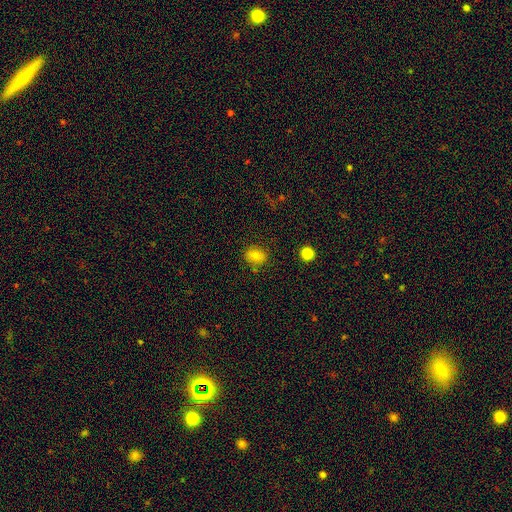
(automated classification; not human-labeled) A smooth galaxy with no disk features (80%) that is round (57%). Merging: none (82%).